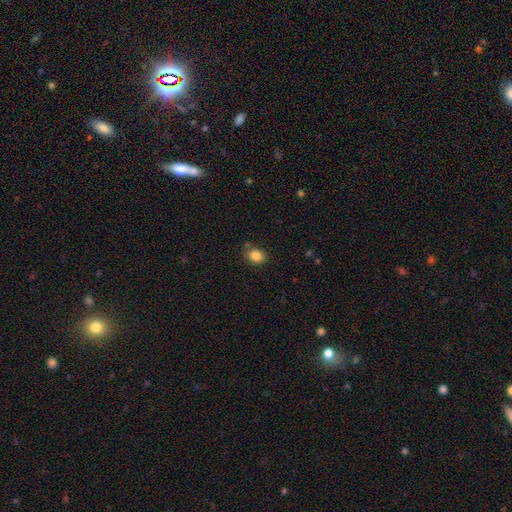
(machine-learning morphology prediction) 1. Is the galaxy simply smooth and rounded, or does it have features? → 85% smooth, 10% star or artifact, 5% featured or disk.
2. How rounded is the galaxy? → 52% round, 47% in between, 1% cigar-shaped.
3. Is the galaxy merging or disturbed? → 80% none, 13% minor disturbance, 4% merger, 3% major disturbance.